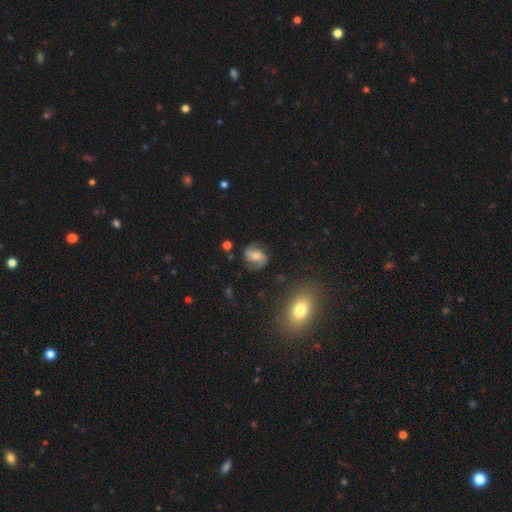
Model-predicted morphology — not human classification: Smooth or featured: featured or disk — 75% (smooth — 16%)
Edge-on disk: no — 97% (yes — 3%)
Bar: no — 46% (weak — 39%)
Spiral arms: yes — 95% (no — 5%)
Spiral winding: medium — 47% (loose — 33%)
Spiral arm count: 2 — 89% (can't tell — 4%)
Bulge size: moderate — 50% (small — 40%)
Merging: none — 76% (minor disturbance — 15%)